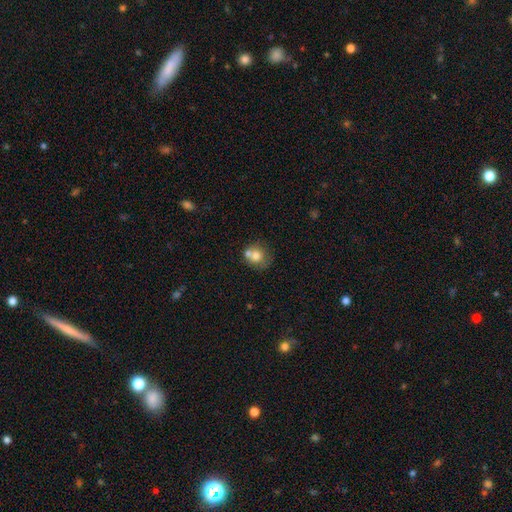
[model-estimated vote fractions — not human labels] Smooth or featured: smooth — 72% (featured or disk — 18%)
How rounded: round — 80% (in between — 19%)
Merging: none — 47% (merger — 36%)